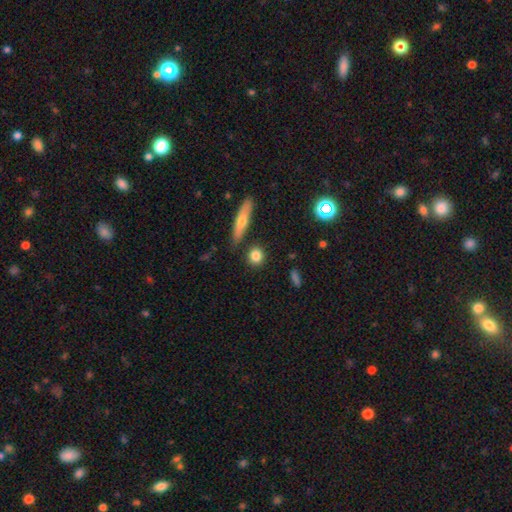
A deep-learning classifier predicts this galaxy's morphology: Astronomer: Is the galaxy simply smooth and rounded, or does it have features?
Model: smooth — 81%.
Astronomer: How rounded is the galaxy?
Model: round — 76%.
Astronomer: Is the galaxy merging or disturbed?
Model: none — 84%.